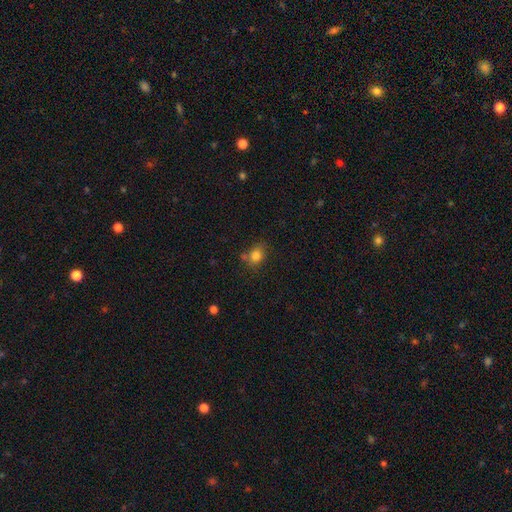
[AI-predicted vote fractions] The model was most divided on "how rounded": round: 53%, in between: 46%, cigar-shaped: 1%. More confident: smooth or featured — smooth (81%); merging — none (65%).